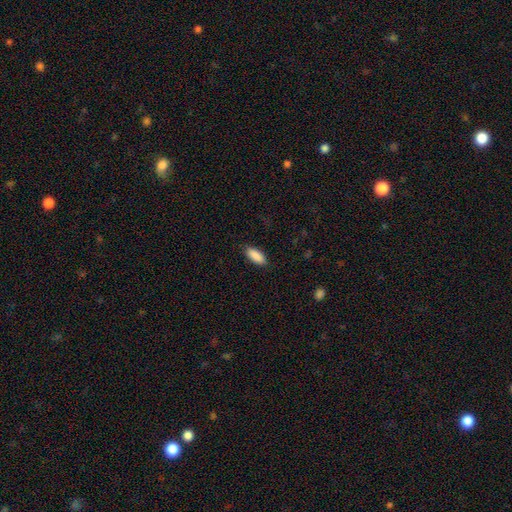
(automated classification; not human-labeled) A smooth galaxy with no disk features (90%) that is in between round and cigar-shaped (85%).

Vote fractions:
- Smooth or featured? smooth: 90% / star or artifact: 6% / featured or disk: 3%
- How rounded? in between: 85% / cigar-shaped: 13% / round: 2%
- Merging? none: 87% / minor disturbance: 9% / major disturbance: 2% / merger: 1%